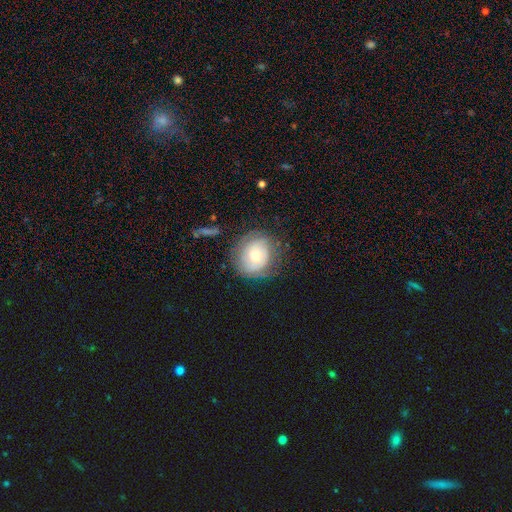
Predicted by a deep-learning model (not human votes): Smooth or featured: smooth — 51% (featured or disk — 41%)
How rounded: round — 83% (in between — 16%)
Merging: none — 68% (minor disturbance — 21%)